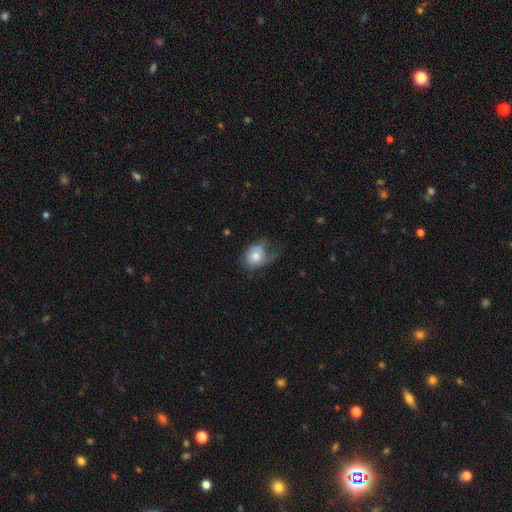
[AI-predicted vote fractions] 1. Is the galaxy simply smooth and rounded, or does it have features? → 63% smooth, 29% featured or disk, 8% star or artifact.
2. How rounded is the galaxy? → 51% round, 48% in between, 1% cigar-shaped.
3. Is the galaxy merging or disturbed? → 36% major disturbance, 30% minor disturbance, 30% none, 3% merger.